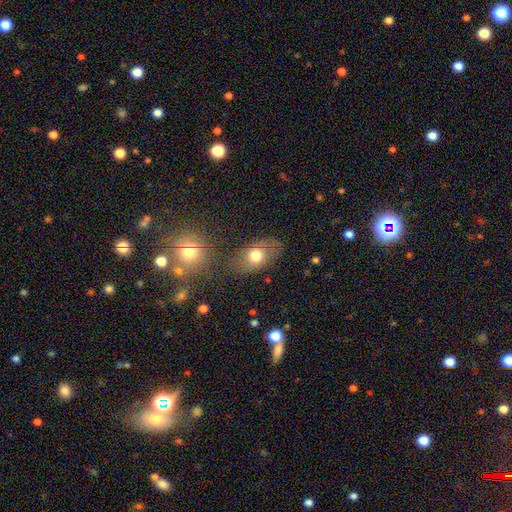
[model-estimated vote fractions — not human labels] smooth 68%, featured or disk 19%, star or artifact 13%. Down the decision tree: how rounded — in between (74%); merging — none (74%).